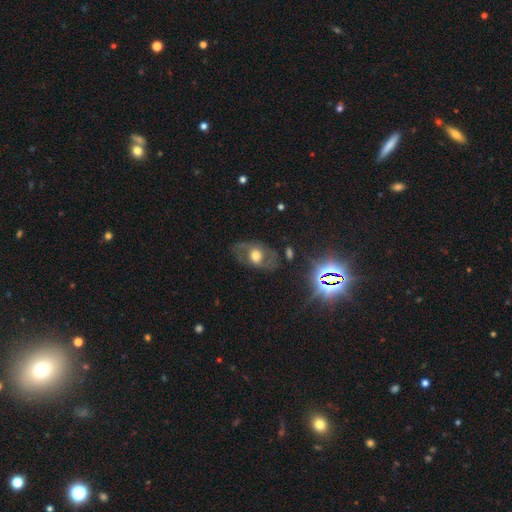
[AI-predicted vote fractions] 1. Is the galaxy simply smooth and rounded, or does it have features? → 55% featured or disk, 32% smooth, 13% star or artifact.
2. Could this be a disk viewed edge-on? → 88% no, 12% yes.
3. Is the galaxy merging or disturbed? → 65% none, 18% minor disturbance, 14% major disturbance, 2% merger.